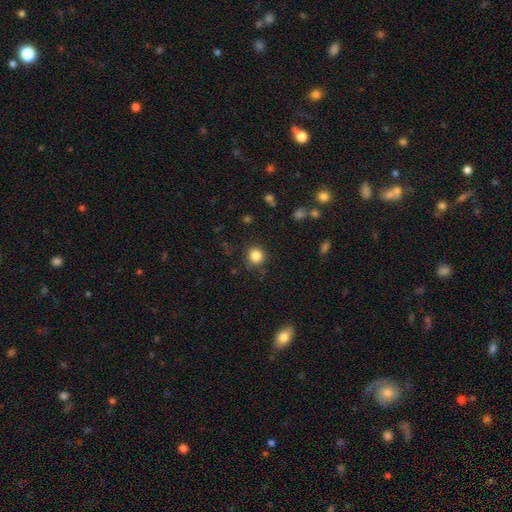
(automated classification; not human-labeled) This is clearly a smooth galaxy (84%). How rounded: clearly round (91%). Merging: clearly none (85%).